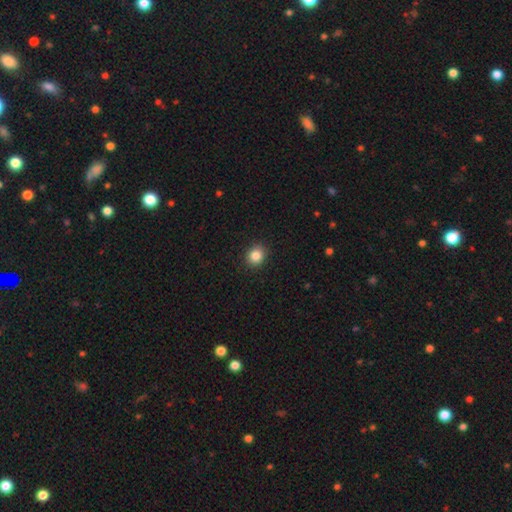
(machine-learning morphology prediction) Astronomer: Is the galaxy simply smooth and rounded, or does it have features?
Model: smooth — 85%.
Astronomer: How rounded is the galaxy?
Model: round — 76%.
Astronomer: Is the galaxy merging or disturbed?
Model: none — 91%.